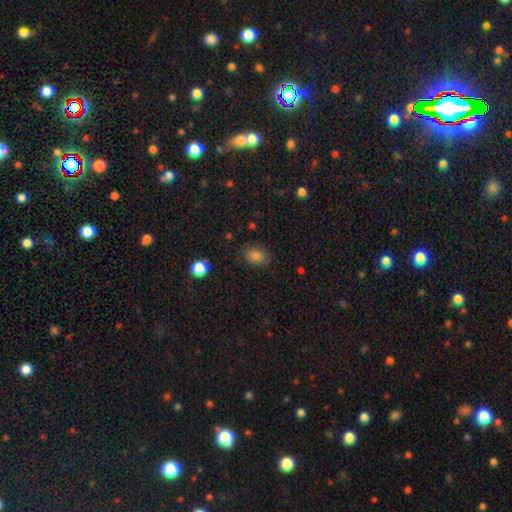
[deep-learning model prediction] This is clearly a smooth galaxy (84%). How rounded: likely in between (72%). Merging: clearly none (82%).